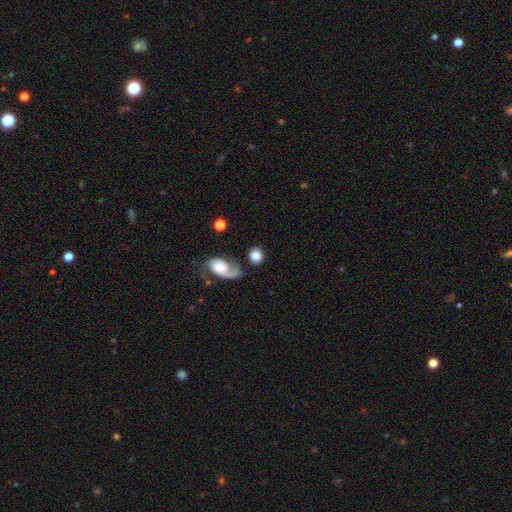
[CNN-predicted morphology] smooth 73%, featured or disk 18%, star or artifact 8%. Down the decision tree: how rounded — round (74%); merging — none (66%).